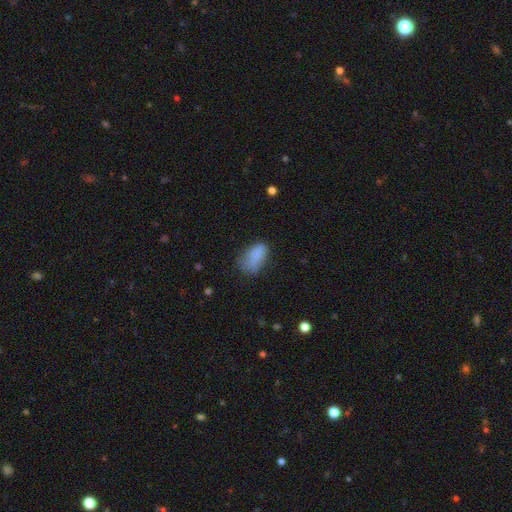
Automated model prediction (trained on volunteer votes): Smooth or featured? smooth (82%)
How rounded? in between (91%)
Merging? none (48%)